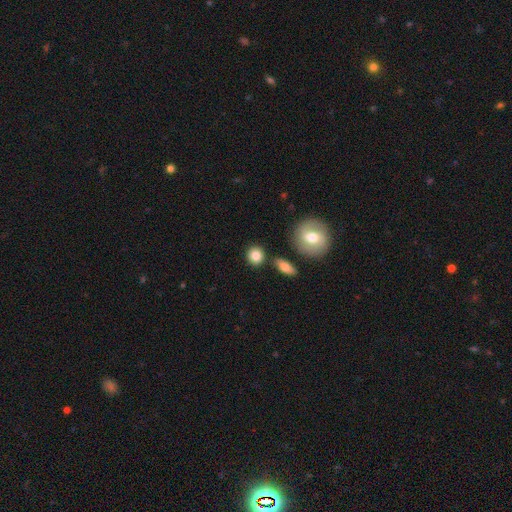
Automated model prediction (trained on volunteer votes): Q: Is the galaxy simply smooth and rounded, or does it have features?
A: smooth — 84%.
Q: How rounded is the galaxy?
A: round — 85%.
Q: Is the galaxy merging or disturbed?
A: none — 83%.